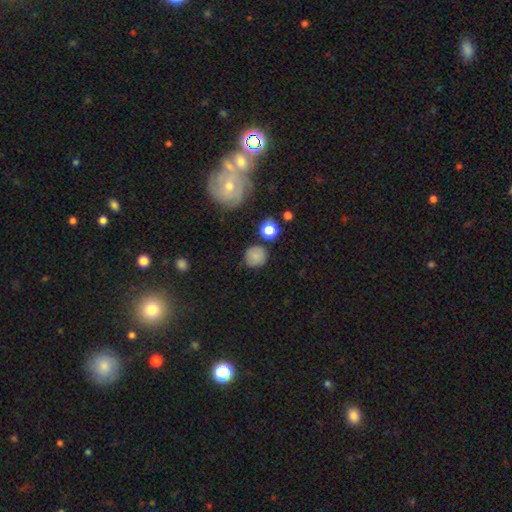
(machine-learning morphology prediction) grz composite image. It shows a smooth galaxy with no disk features (80%) that is round (89%). Merging: none (77%).